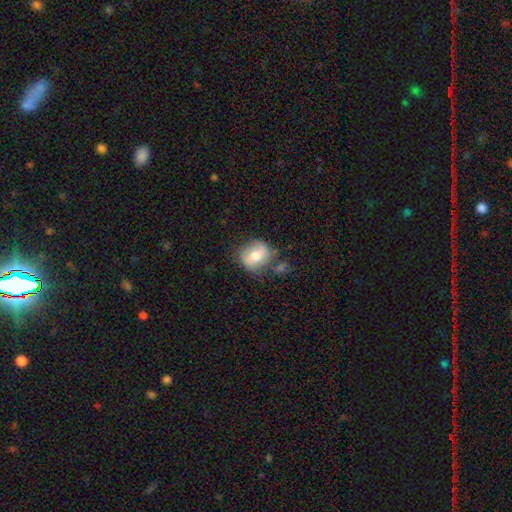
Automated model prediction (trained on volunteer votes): This is likely a smooth galaxy (60%). How rounded: likely round (70%). Merging: likely none (64%).